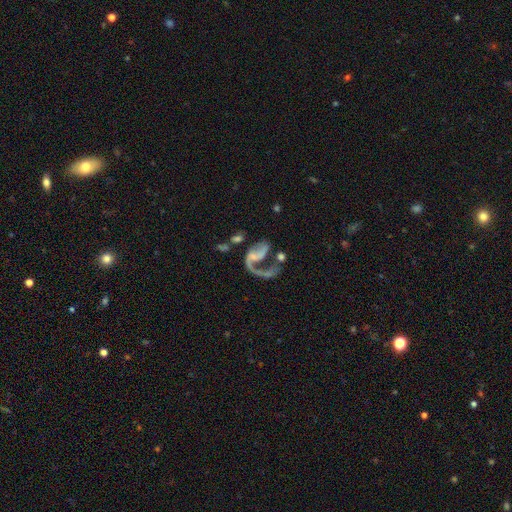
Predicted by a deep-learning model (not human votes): Smooth or featured? Predicted: featured or disk (p=0.78). Edge-on disk? Predicted: no (p=0.98). Bar? Predicted: no (p=0.56). Spiral arms? Predicted: yes (p=0.83). Spiral winding? Predicted: loose (p=0.70). Spiral arm count? Predicted: 1 (p=0.61). Bulge size? Predicted: none (p=0.42). Merging? Predicted: major disturbance (p=0.45).